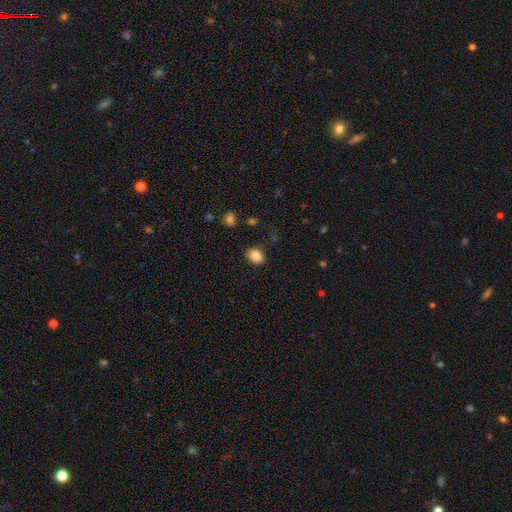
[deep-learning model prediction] This is clearly a smooth galaxy (87%). How rounded: likely in between (65%). Merging: clearly none (84%).